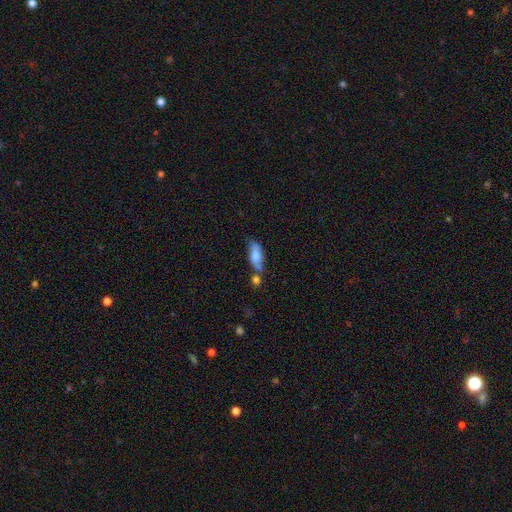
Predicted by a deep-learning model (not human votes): Morphology: type=smooth (67%); roundness=in between (72%); merging=none (50%).